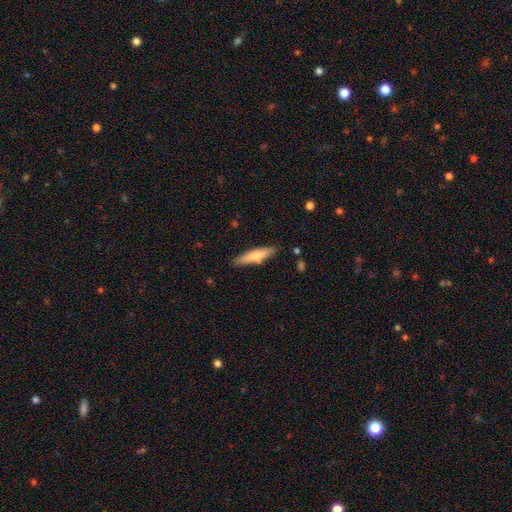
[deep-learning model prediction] Smooth or featured: smooth — 71% (featured or disk — 23%)
How rounded: cigar-shaped — 83% (in between — 16%)
Merging: none — 85% (minor disturbance — 11%)